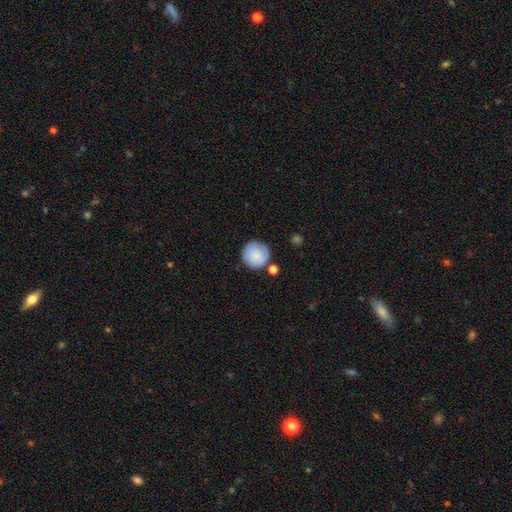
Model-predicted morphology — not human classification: smooth_or_featured: smooth (p=0.82) [alt: featured or disk p=0.11]
how_rounded: round (p=0.94) [alt: in between p=0.05]
merging: none (p=0.73) [alt: minor disturbance p=0.14]